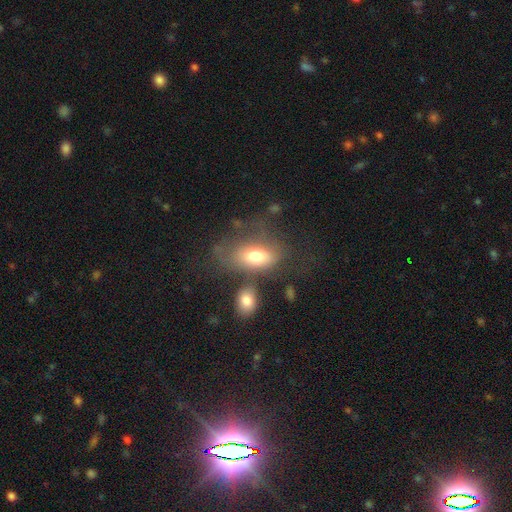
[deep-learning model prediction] Morphology: type=smooth (70%); roundness=in between (88%); merging=none (38%).